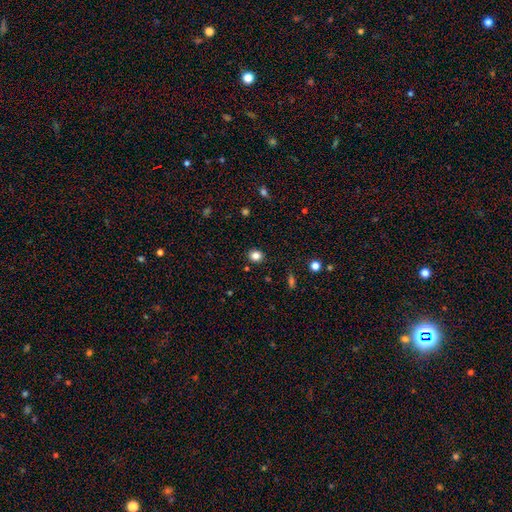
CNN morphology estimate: The model was most divided on "how rounded": round: 78%, in between: 21%, cigar-shaped: 1%. More confident: merging — none (90%); smooth or featured — smooth (83%).